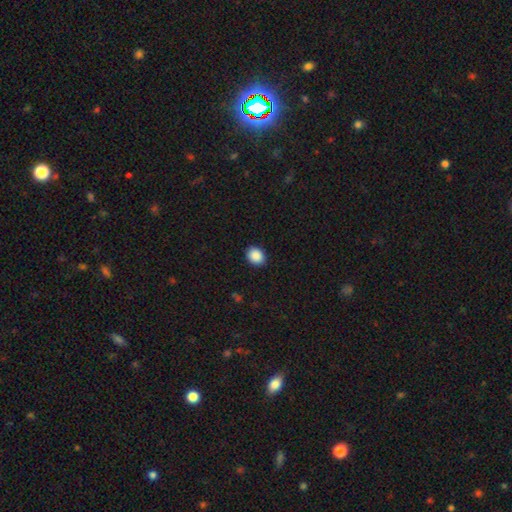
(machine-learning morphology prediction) Smooth or featured?
  - smooth: 90% *
  - star or artifact: 8%
  - featured or disk: 3%
How rounded?
  - in between: 54% *
  - round: 45%
  - cigar-shaped: 1%
Merging?
  - none: 90% *
  - minor disturbance: 7%
  - major disturbance: 2%
  - merger: 1%